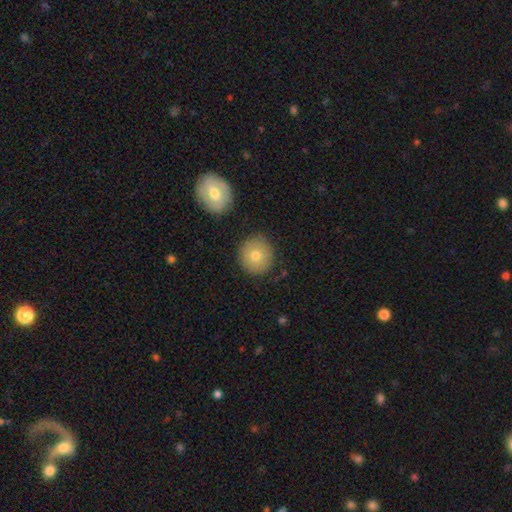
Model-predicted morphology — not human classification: Smooth or featured: smooth — 76% (featured or disk — 14%)
How rounded: round — 93% (in between — 6%)
Merging: none — 86% (minor disturbance — 8%)